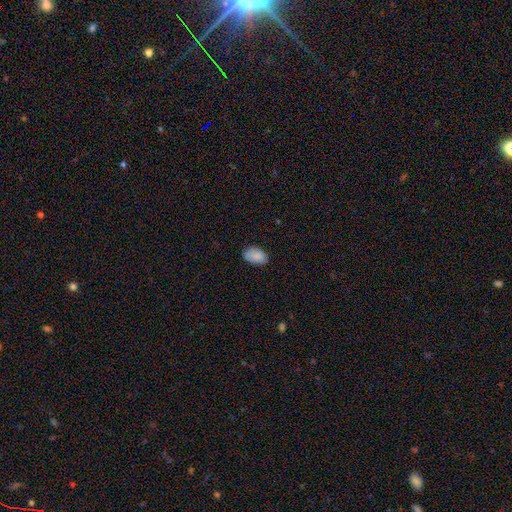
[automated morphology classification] Smooth or featured?
  - smooth: 88% *
  - star or artifact: 7%
  - featured or disk: 5%
How rounded?
  - in between: 92% *
  - round: 6%
  - cigar-shaped: 1%
Merging?
  - none: 79% *
  - minor disturbance: 17%
  - major disturbance: 3%
  - merger: 1%